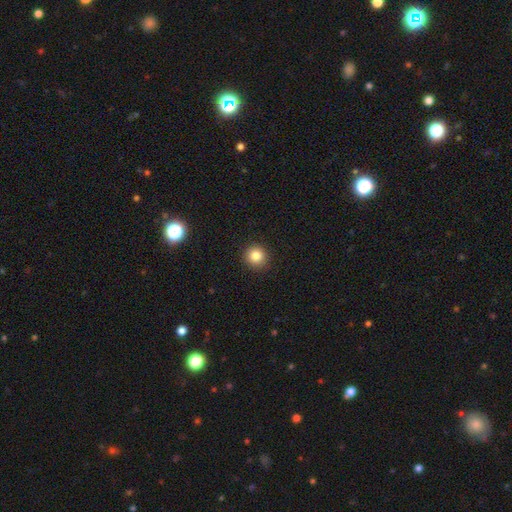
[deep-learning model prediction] A smooth galaxy with no disk features (84%) that is round (93%). Merging: none (92%).